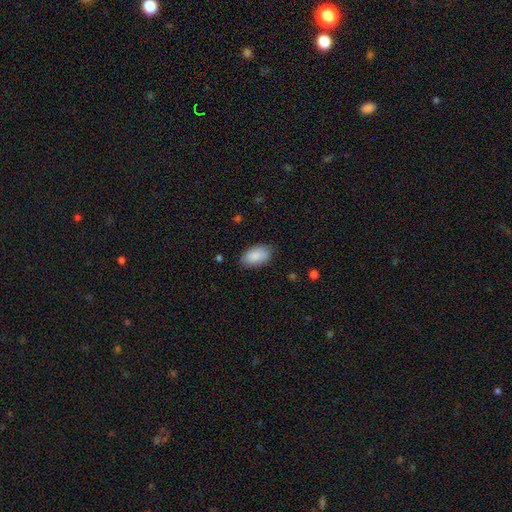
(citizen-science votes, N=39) Overall: smooth (87%). How rounded: in between (97%). Merging: none (82%).